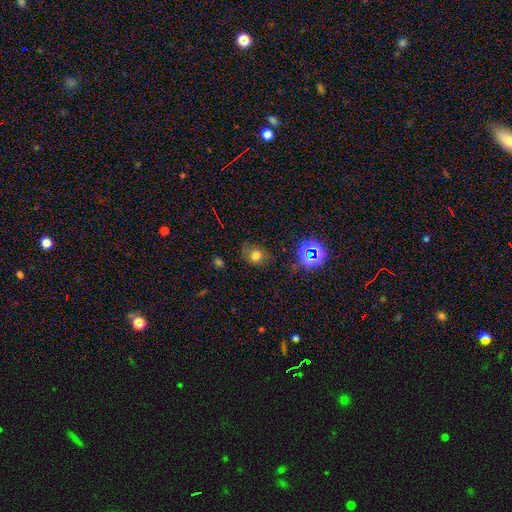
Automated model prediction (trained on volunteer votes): A smooth galaxy with no disk features (70%) that is round (61%). Merging: none (71%).